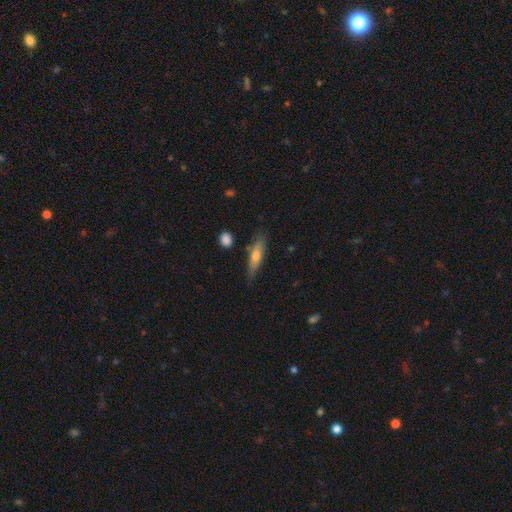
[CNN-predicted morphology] A smooth galaxy with no disk features (57%) that is cigar-shaped (71%). Merging: none (75%).